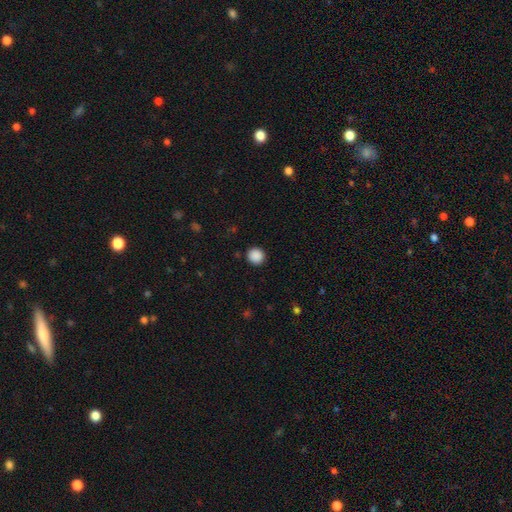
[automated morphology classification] A smooth galaxy with no disk features (89%) that is round (92%).

Vote fractions:
- Smooth or featured? smooth: 89% / star or artifact: 9% / featured or disk: 2%
- How rounded? round: 92% / in between: 7% / cigar-shaped: 1%
- Merging? none: 92% / minor disturbance: 5% / major disturbance: 2% / merger: 1%